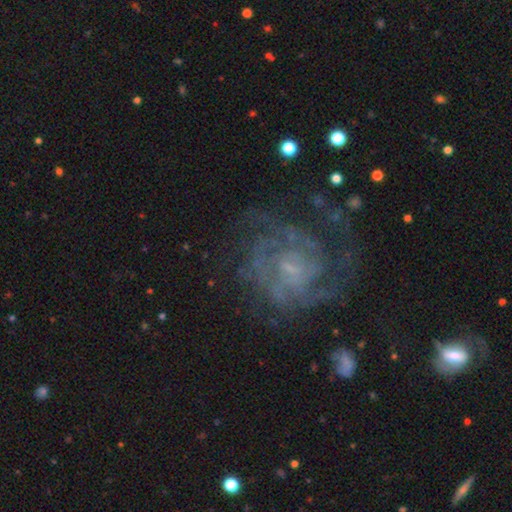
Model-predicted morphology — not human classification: featured or disk 76%, star or artifact 13%, smooth 10%. Down the decision tree: edge-on disk — no (98%); bar — no (65%); spiral arms — yes (91%); spiral arm count — can't tell (39%); spiral winding — tight (59%); bulge size — small (59%); merging — none (68%).